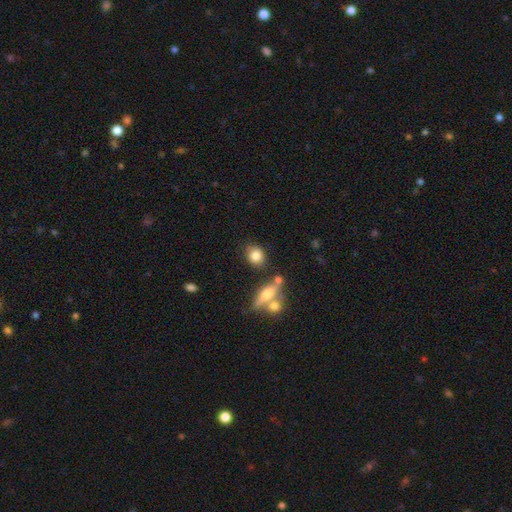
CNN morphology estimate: Q: Smooth or featured?
A: smooth (80%); runner-up: featured or disk (11%)
Q: How rounded?
A: round (55%); runner-up: in between (42%)
Q: Merging?
A: none (72%); runner-up: minor disturbance (14%)